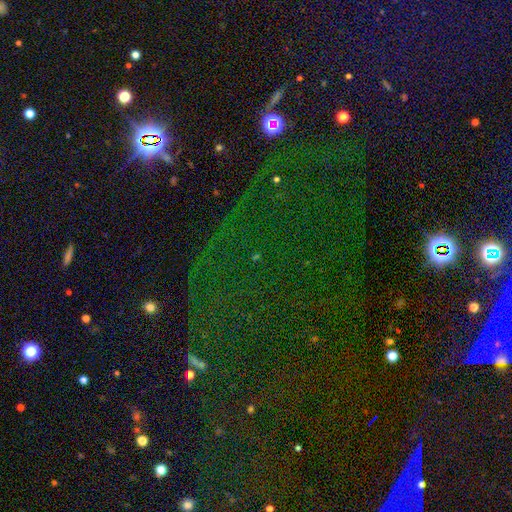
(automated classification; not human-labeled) This is likely a star or artifact rather than a galaxy (74%).